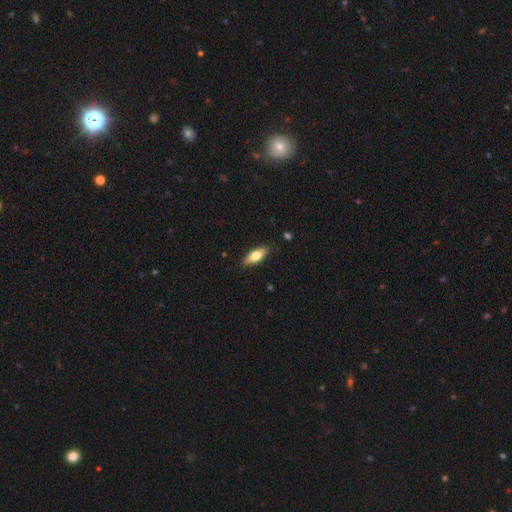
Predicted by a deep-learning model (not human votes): A smooth galaxy with no disk features (70%) that is in between round and cigar-shaped (72%).

Vote fractions:
- Smooth or featured? smooth: 70% / featured or disk: 24% / star or artifact: 6%
- How rounded? in between: 72% / cigar-shaped: 26% / round: 2%
- Merging? none: 88% / minor disturbance: 9% / major disturbance: 2% / merger: 1%